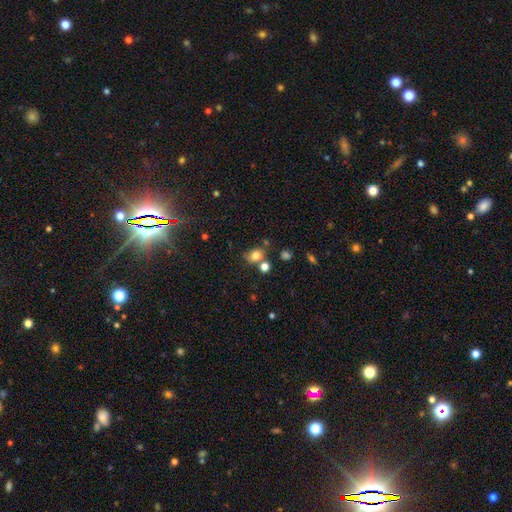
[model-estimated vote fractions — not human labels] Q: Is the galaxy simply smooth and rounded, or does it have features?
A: smooth — 76%.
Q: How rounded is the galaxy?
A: in between — 53%.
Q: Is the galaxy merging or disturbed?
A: none — 59%.